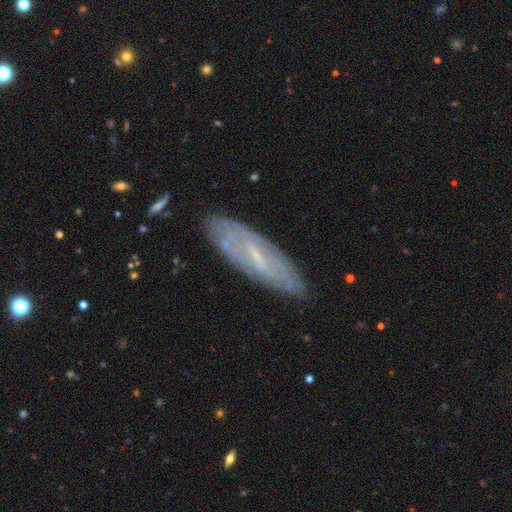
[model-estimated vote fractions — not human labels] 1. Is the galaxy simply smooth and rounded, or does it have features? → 63% featured or disk, 28% smooth, 8% star or artifact.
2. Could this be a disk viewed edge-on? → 68% no, 32% yes.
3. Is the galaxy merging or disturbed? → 82% none, 13% minor disturbance, 3% major disturbance, 2% merger.